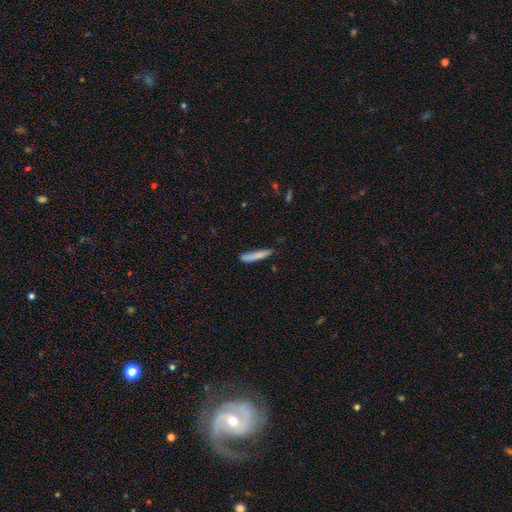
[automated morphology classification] The model was most divided on "merging": none: 78%, minor disturbance: 17%, major disturbance: 3%, merger: 2%. More confident: how rounded — cigar-shaped (92%); smooth or featured — smooth (81%).